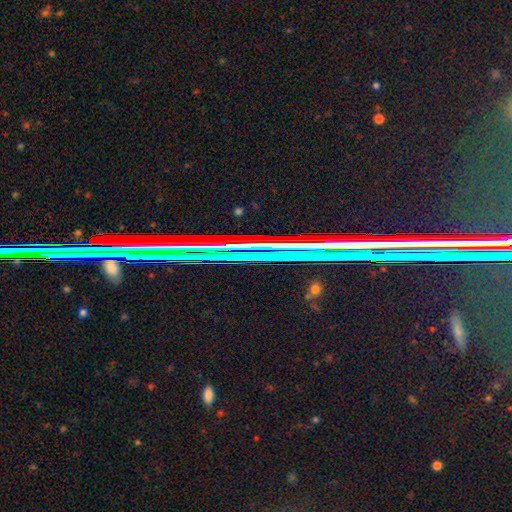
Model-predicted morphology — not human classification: Smooth or featured: star or artifact — 79% (featured or disk — 12%)